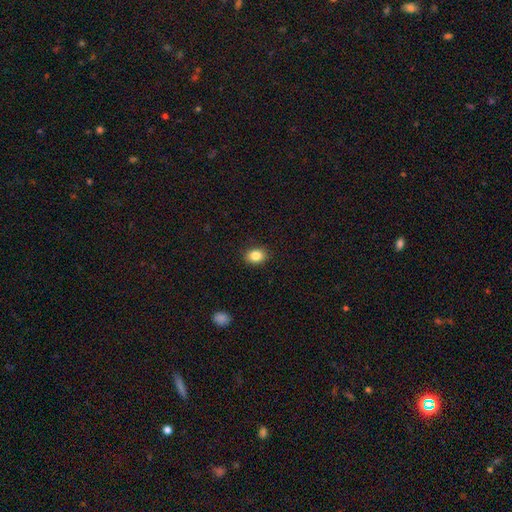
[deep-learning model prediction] smooth-or-featured: smooth: 85% | star or artifact: 9% | featured or disk: 6%
  how-rounded: in between: 59% | round: 40% | cigar-shaped: 1%
  merging: none: 90% | minor disturbance: 7% | major disturbance: 2% | merger: 1%